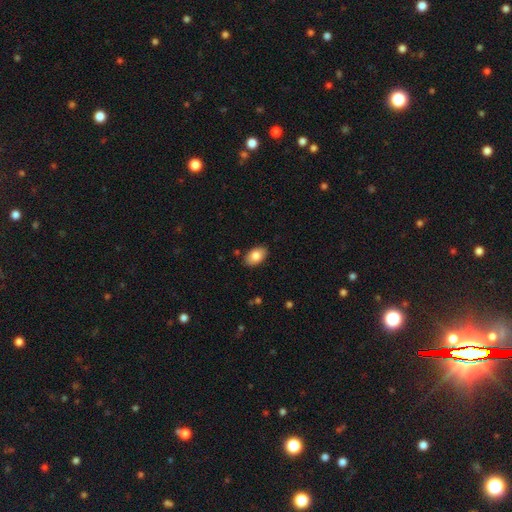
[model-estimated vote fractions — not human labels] Smooth or featured? Predicted: smooth (p=0.82). How rounded? Predicted: in between (p=0.92). Merging? Predicted: none (p=0.87).